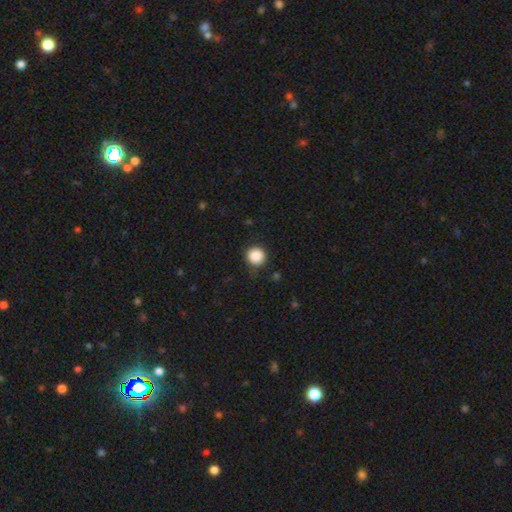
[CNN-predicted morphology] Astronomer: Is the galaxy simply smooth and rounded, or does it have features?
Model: smooth — 88%.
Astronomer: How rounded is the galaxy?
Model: round — 94%.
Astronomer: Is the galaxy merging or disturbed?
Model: none — 88%.